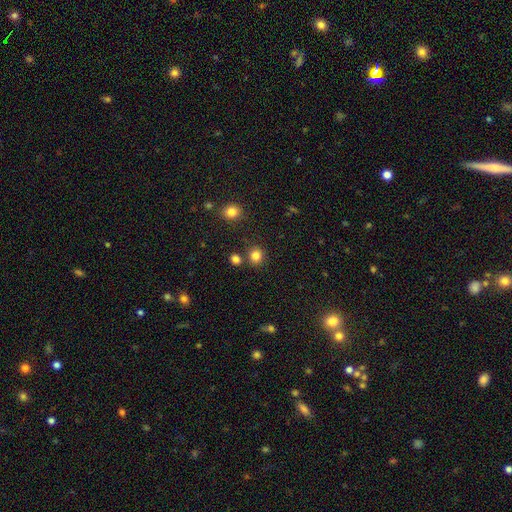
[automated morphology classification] smooth_or_featured: smooth (p=0.83) [alt: star or artifact p=0.12]
how_rounded: round (p=0.86) [alt: in between p=0.13]
merging: none (p=0.82) [alt: merger p=0.08]